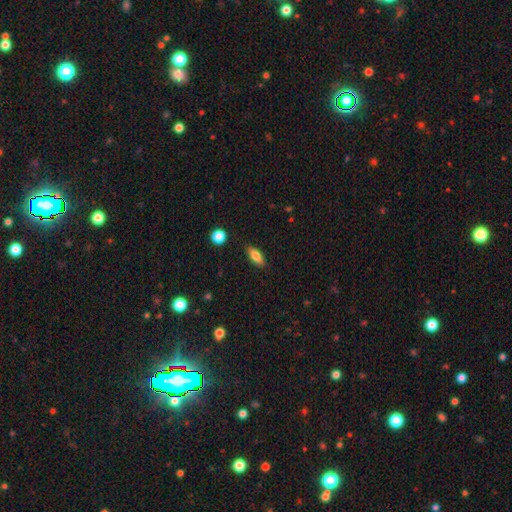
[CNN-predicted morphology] Smooth or featured? Predicted: smooth (p=0.80). How rounded? Predicted: in between (p=0.79). Merging? Predicted: none (p=0.87).